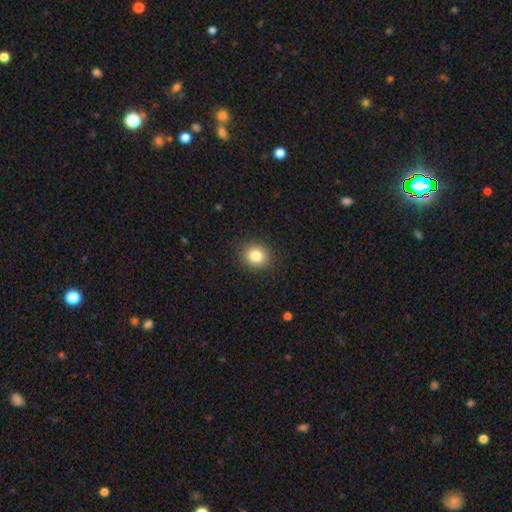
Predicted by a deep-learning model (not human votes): A smooth galaxy with no disk features (82%) that is round (75%).

Vote fractions:
- Smooth or featured? smooth: 82% / star or artifact: 11% / featured or disk: 7%
- How rounded? round: 75% / in between: 24% / cigar-shaped: 1%
- Merging? none: 90% / minor disturbance: 7% / major disturbance: 2% / merger: 1%